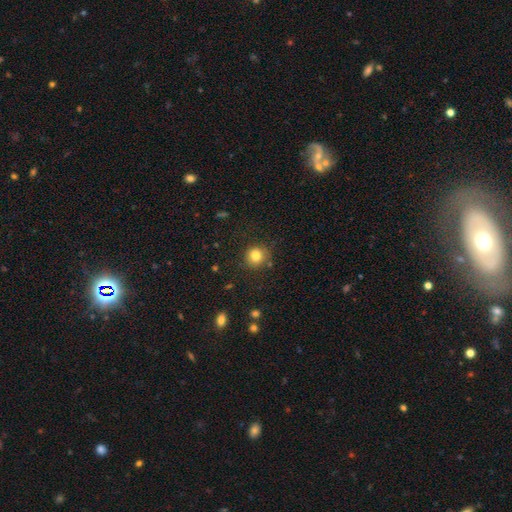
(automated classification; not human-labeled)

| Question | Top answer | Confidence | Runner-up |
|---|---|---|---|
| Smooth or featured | smooth | 82% | star or artifact (12%) |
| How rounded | round | 89% | in between (10%) |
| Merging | none | 84% | minor disturbance (10%) |